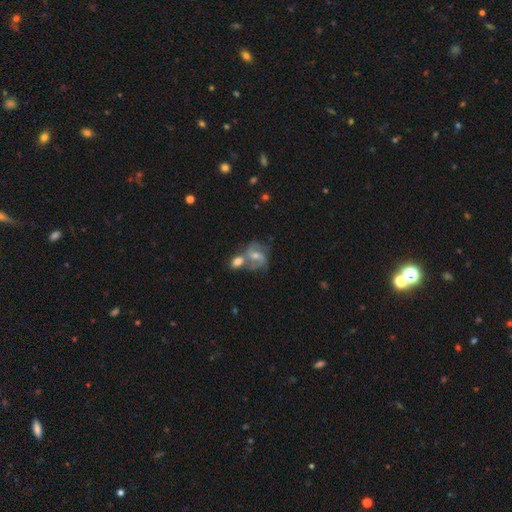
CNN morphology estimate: Smooth or featured?
  - featured or disk: 71% *
  - smooth: 20%
  - star or artifact: 9%
Edge-on disk?
  - no: 97% *
  - yes: 3%
Bar?
  - weak: 49% *
  - no: 33%
  - strong: 19%
Spiral arms?
  - yes: 89% *
  - no: 11%
Spiral winding?
  - medium: 49% *
  - loose: 33%
  - tight: 18%
Spiral arm count?
  - 2: 73% *
  - can't tell: 11%
  - 3: 8%
  - 1: 4%
  - 4: 2%
  - more than 4: 2%
Bulge size?
  - moderate: 55% *
  - small: 37%
  - large: 3%
  - none: 3%
  - dominant: 1%
Merging?
  - merger: 41% *
  - none: 37%
  - minor disturbance: 14%
  - major disturbance: 8%